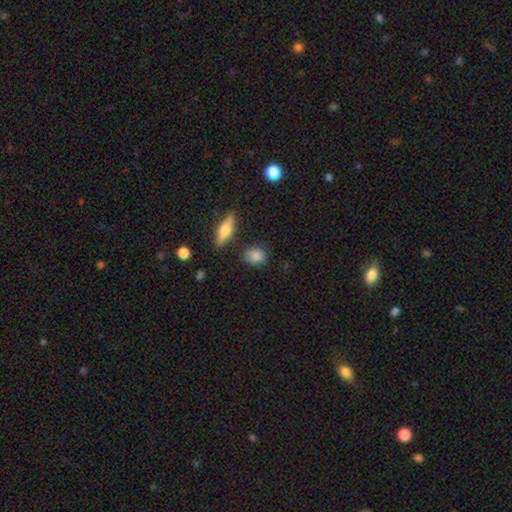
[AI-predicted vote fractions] Smooth or featured: smooth — 83% (star or artifact — 8%)
How rounded: round — 56% (in between — 41%)
Merging: none — 78% (minor disturbance — 15%)